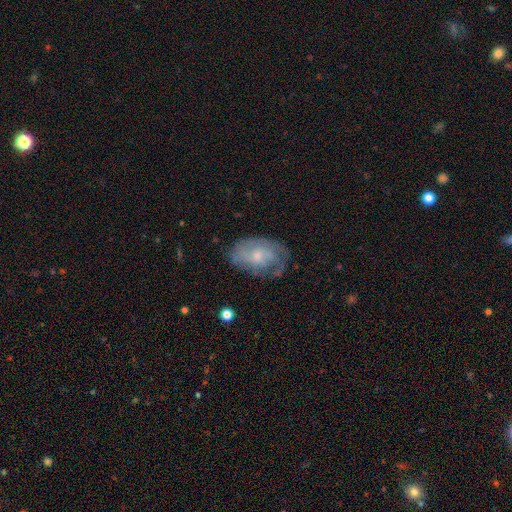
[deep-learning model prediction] Morphology: type=featured or disk (58%); edge-on=no (96%); bar=no (74%); spiral arms=yes (73%); bulge=small (53%); merging=none (60%).